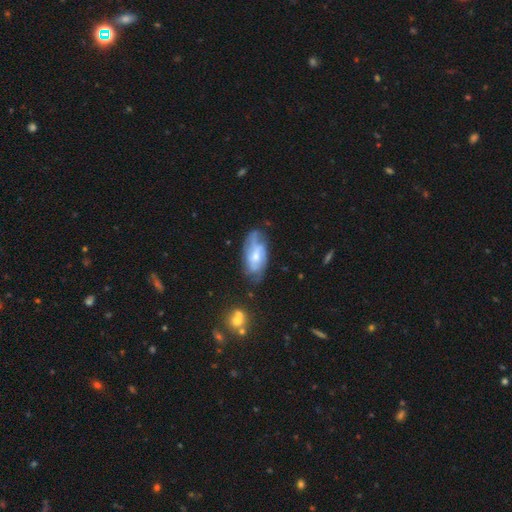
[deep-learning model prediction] The model was most divided on "bulge size": moderate: 47%, small: 42%, none: 5%, large: 5%, dominant: 1%. More confident: edge-on disk — no (92%); spiral arms — yes (83%); smooth or featured — featured or disk (64%); merging — none (56%); bar — no (53%).